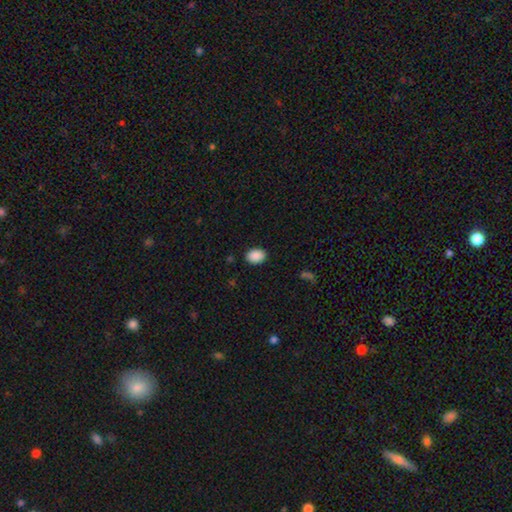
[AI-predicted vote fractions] This appears to be a smooth galaxy with no disk features (90%) that is in between round and cigar-shaped (71%). Merging: none (89%).